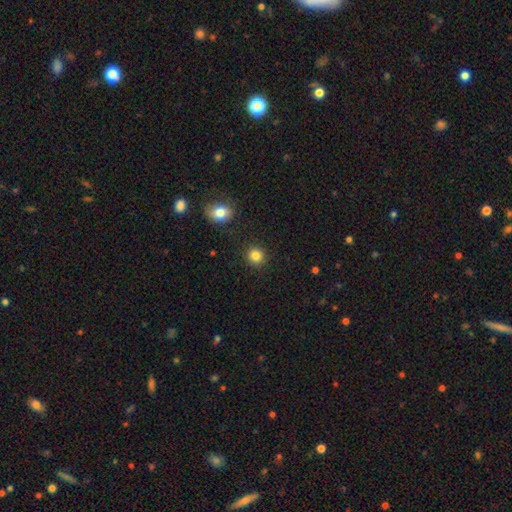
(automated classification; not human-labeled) Morphology: type=smooth (84%); roundness=round (91%); merging=none (91%).